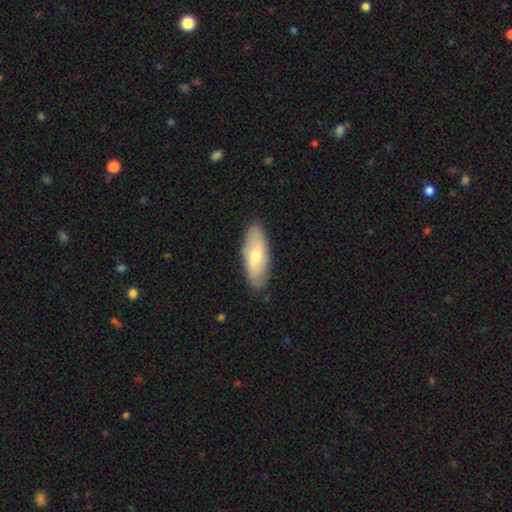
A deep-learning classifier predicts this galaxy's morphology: This is possibly a smooth galaxy (59%). How rounded: likely in between (79%). Merging: clearly none (86%).